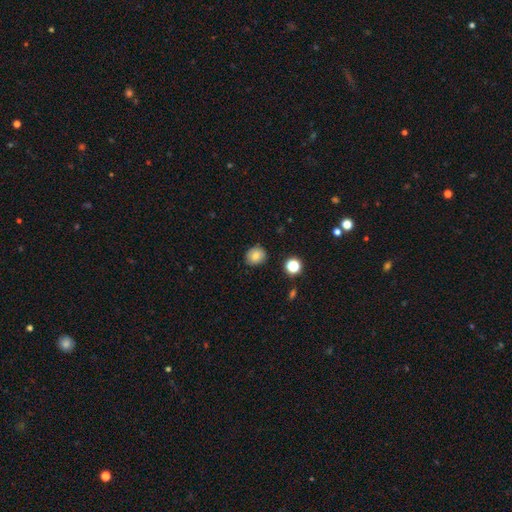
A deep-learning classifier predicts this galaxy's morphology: This appears to be a smooth galaxy with no disk features (78%) that is round (76%). Merging: none (85%).